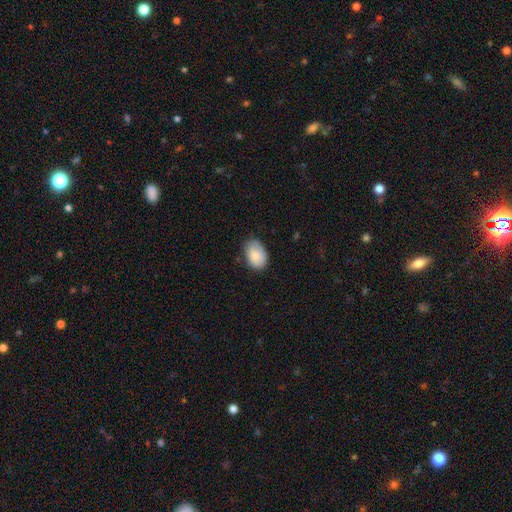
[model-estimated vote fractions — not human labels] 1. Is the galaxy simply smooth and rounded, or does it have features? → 83% smooth, 10% featured or disk, 7% star or artifact.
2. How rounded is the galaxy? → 86% in between, 13% round, 1% cigar-shaped.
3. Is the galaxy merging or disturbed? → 67% none, 27% minor disturbance, 5% major disturbance, 1% merger.